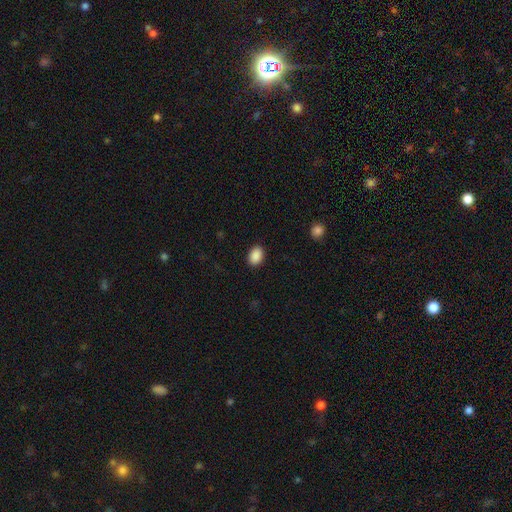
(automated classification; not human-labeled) A smooth galaxy with no disk features (90%) that is in between round and cigar-shaped (81%). Merging: none (89%).